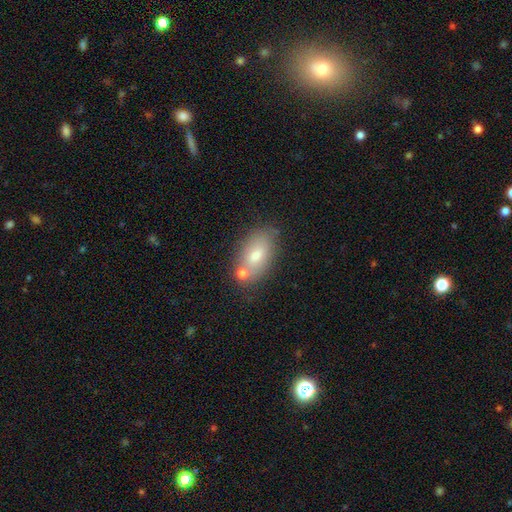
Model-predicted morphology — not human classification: smooth 71%, featured or disk 20%, star or artifact 9%. Down the decision tree: how rounded — in between (89%); merging — none (66%).